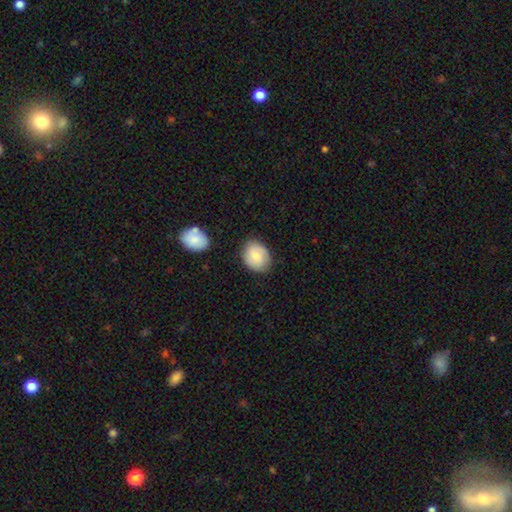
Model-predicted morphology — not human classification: Overall: smooth (76%). How rounded: in between (50%; round 49%). Merging: none (79%).